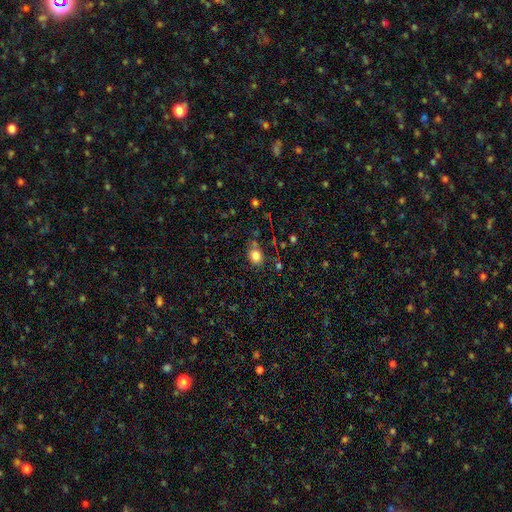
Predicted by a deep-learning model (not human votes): A smooth galaxy with no disk features (82%) that is round (61%). Merging: none (69%).